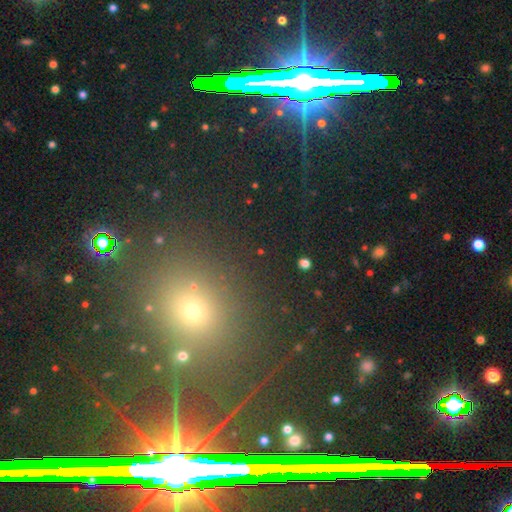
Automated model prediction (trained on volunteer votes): This is possibly a star or artifact rather than a galaxy (55%).